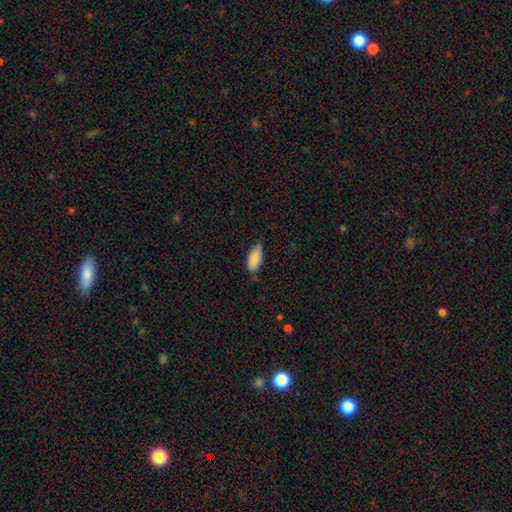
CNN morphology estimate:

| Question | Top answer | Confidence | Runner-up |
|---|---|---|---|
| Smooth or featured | smooth | 88% | star or artifact (6%) |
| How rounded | in between | 87% | cigar-shaped (11%) |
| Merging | none | 65% | minor disturbance (29%) |